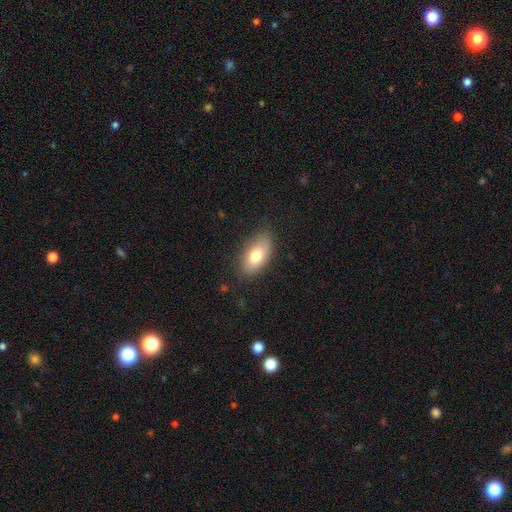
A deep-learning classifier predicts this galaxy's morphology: Smooth or featured: smooth — 77% (featured or disk — 16%)
How rounded: in between — 91% (round — 5%)
Merging: none — 82% (minor disturbance — 14%)